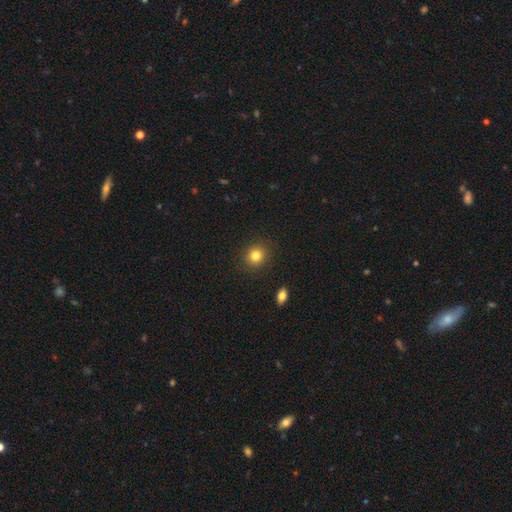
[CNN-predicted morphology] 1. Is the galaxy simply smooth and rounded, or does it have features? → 83% smooth, 11% star or artifact, 6% featured or disk.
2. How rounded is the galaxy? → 83% round, 16% in between, 1% cigar-shaped.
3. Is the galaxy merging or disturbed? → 90% none, 7% minor disturbance, 2% major disturbance, 1% merger.